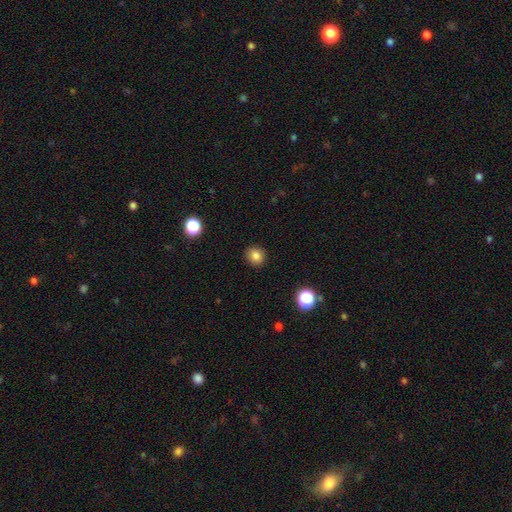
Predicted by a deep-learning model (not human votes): smooth-or-featured: smooth: 83% | star or artifact: 12% | featured or disk: 5%
  how-rounded: round: 80% | in between: 19% | cigar-shaped: 1%
  merging: none: 90% | minor disturbance: 7% | major disturbance: 2% | merger: 1%